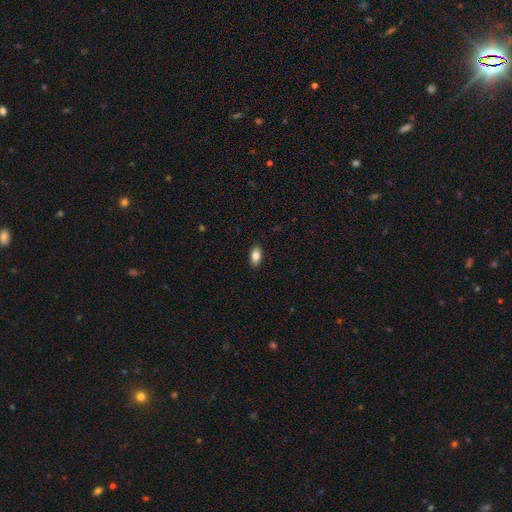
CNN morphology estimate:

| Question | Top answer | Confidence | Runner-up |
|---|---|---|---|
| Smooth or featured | smooth | 85% | star or artifact (8%) |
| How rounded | in between | 91% | round (6%) |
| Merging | none | 89% | minor disturbance (8%) |